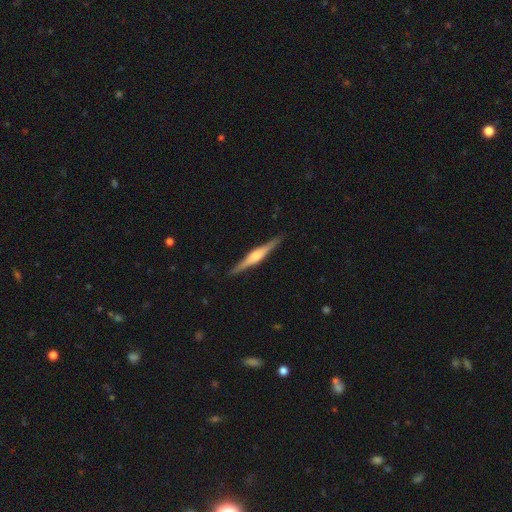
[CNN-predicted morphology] type=featured or disk (76%); edge-on=yes (98%); edge-on bulge=rounded (80%); merging=none (91%).